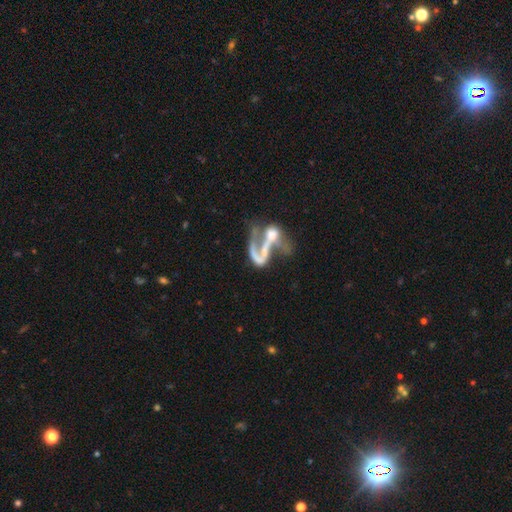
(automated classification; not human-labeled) The model was most divided on "bulge size": none: 40%, small: 27%, moderate: 24%, large: 6%, dominant: 2%. Remaining: edge-on disk — no (96%); smooth or featured — featured or disk (72%); spiral arms — yes (63%); bar — no (56%); merging — merger (47%).